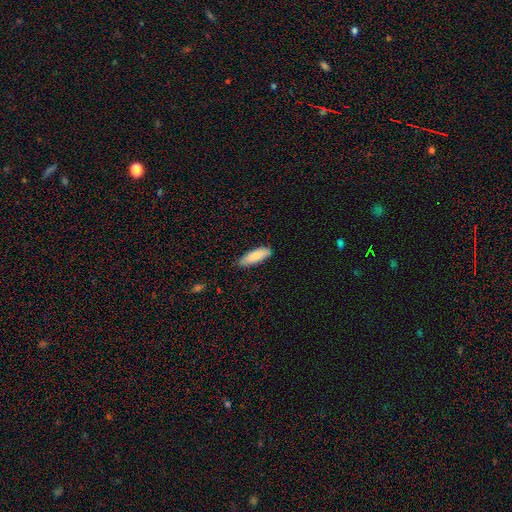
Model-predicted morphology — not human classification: Overall: smooth (83%). How rounded: in between (65%; cigar-shaped 33%). Merging: none (81%).